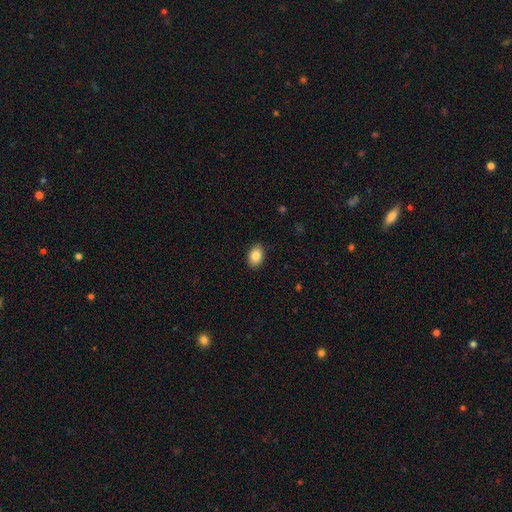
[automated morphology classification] Smooth or featured? smooth (84%)
How rounded? in between (83%)
Merging? none (89%)